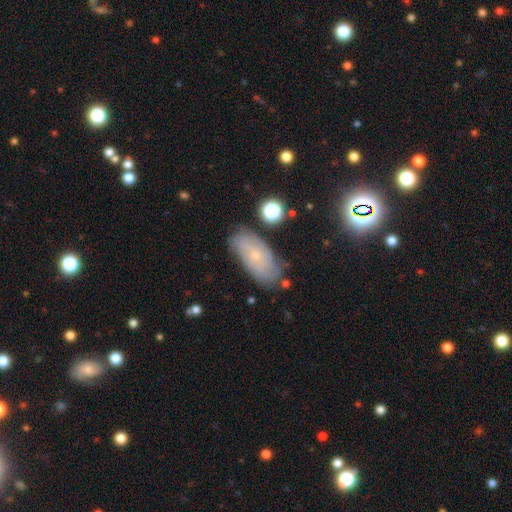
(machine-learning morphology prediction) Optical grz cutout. It shows a featured or disk galaxy (47%). Merging: none (70%).